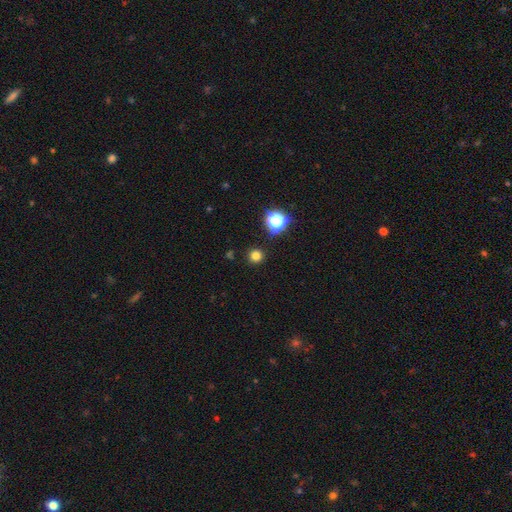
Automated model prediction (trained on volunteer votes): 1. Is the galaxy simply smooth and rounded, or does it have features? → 78% smooth, 18% star or artifact, 4% featured or disk.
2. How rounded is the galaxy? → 95% round, 4% in between, 1% cigar-shaped.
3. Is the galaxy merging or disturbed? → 91% none, 5% minor disturbance, 2% major disturbance, 2% merger.